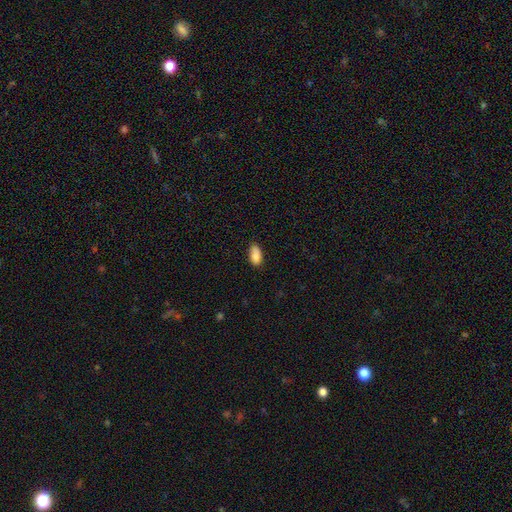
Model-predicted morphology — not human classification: This appears to be a smooth galaxy with no disk features (87%) that is in between round and cigar-shaped (92%). Merging: none (73%).